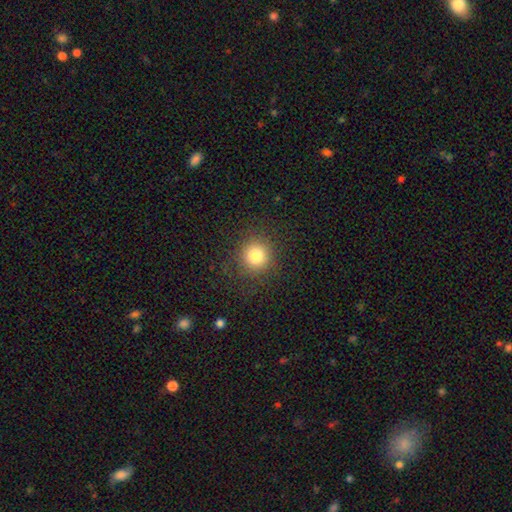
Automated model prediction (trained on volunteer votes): Smooth or featured?
  - smooth: 80% *
  - star or artifact: 13%
  - featured or disk: 7%
How rounded?
  - round: 91% *
  - in between: 8%
  - cigar-shaped: 1%
Merging?
  - none: 87% *
  - minor disturbance: 8%
  - major disturbance: 4%
  - merger: 1%